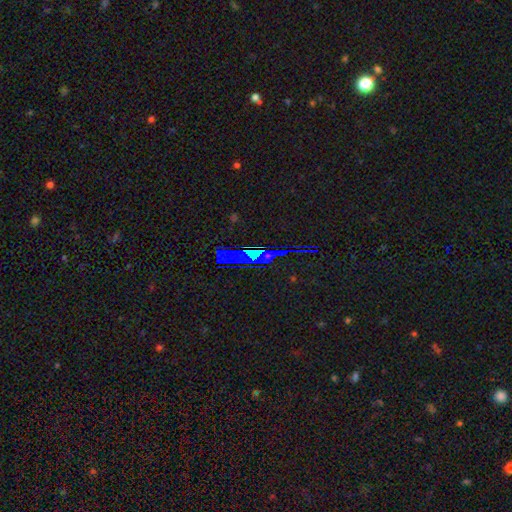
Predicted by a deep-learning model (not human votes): smooth-or-featured: star or artifact: 57% | smooth: 22% | featured or disk: 21%